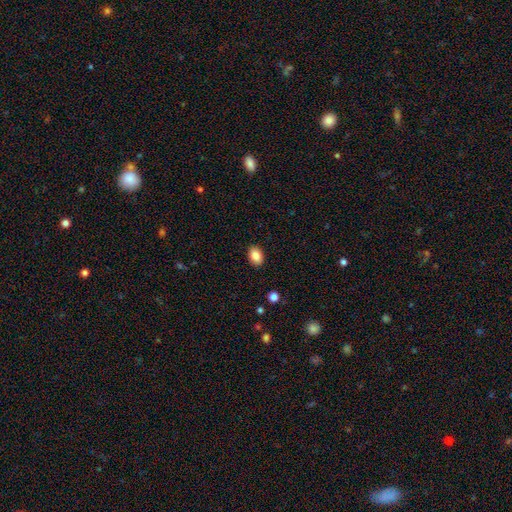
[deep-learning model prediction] Smooth or featured?
  - smooth: 87% *
  - star or artifact: 8%
  - featured or disk: 5%
How rounded?
  - in between: 79% *
  - round: 20%
  - cigar-shaped: 1%
Merging?
  - none: 90% *
  - minor disturbance: 7%
  - major disturbance: 2%
  - merger: 1%